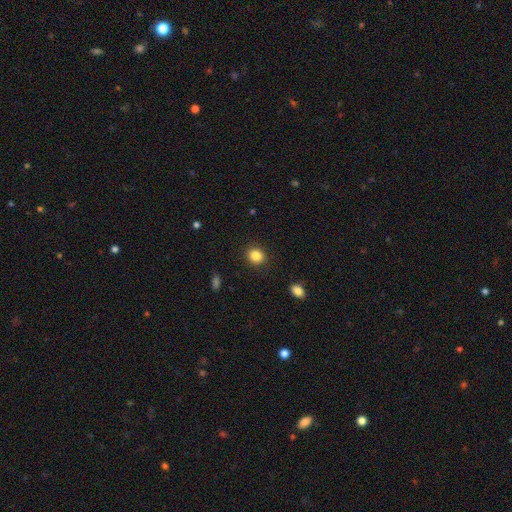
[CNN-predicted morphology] Smooth or featured? smooth (86%)
How rounded? round (73%)
Merging? none (89%)